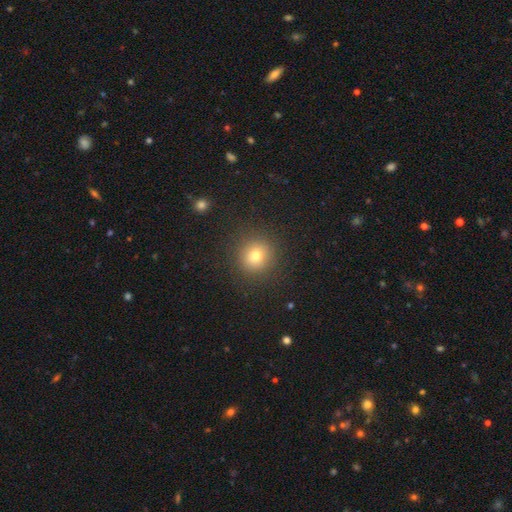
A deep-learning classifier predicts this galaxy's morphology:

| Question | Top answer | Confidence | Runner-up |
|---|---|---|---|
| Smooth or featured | smooth | 75% | star or artifact (16%) |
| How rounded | round | 92% | in between (7%) |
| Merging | none | 90% | minor disturbance (6%) |